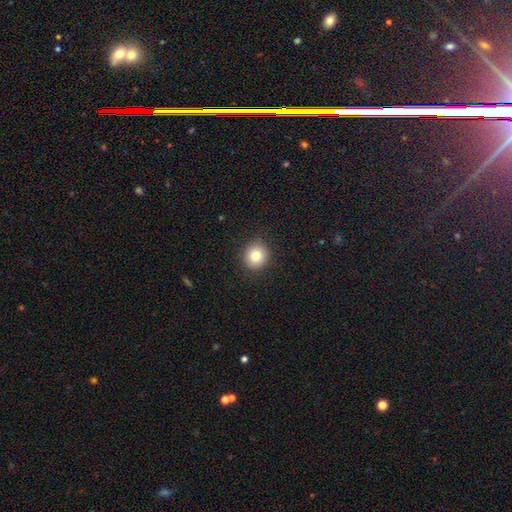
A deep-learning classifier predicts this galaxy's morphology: Smooth or featured: smooth — 82% (star or artifact — 10%)
How rounded: round — 88% (in between — 11%)
Merging: none — 91% (minor disturbance — 6%)